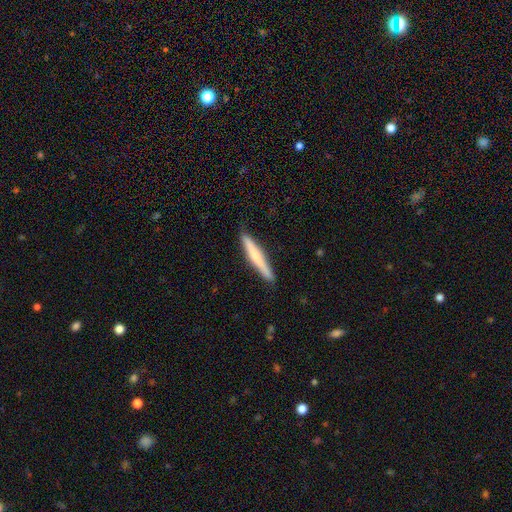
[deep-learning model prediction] This is possibly a smooth galaxy (56%). How rounded: clearly cigar-shaped (95%). Merging: clearly none (88%).